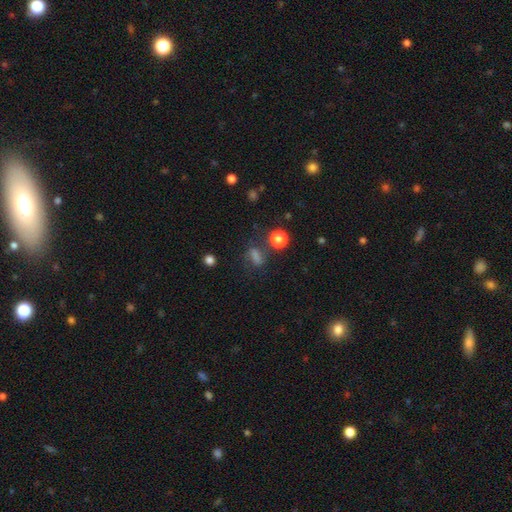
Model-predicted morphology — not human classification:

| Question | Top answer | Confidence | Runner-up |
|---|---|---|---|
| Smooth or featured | smooth | 56% | star or artifact (28%) |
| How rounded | in between | 57% | round (28%) |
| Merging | none | 65% | minor disturbance (16%) |